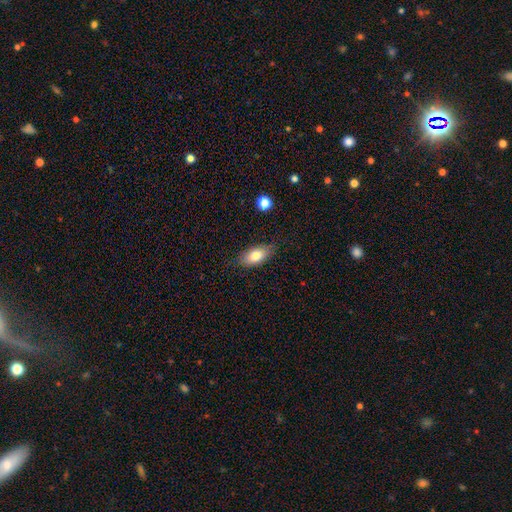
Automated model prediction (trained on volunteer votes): A smooth galaxy with no disk features (79%) that is in between round and cigar-shaped (87%).

Vote fractions:
- Smooth or featured? smooth: 79% / featured or disk: 14% / star or artifact: 7%
- How rounded? in between: 87% / cigar-shaped: 9% / round: 4%
- Merging? none: 79% / minor disturbance: 17% / major disturbance: 3% / merger: 2%